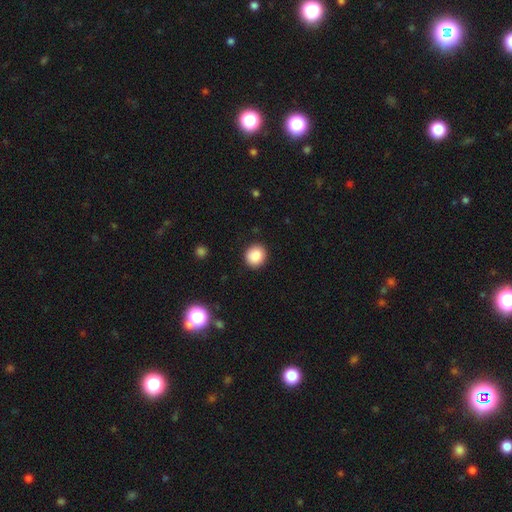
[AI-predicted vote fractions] smooth-or-featured: smooth: 88% | star or artifact: 9% | featured or disk: 4%
  how-rounded: round: 84% | in between: 15% | cigar-shaped: 1%
  merging: none: 90% | minor disturbance: 7% | major disturbance: 2% | merger: 1%